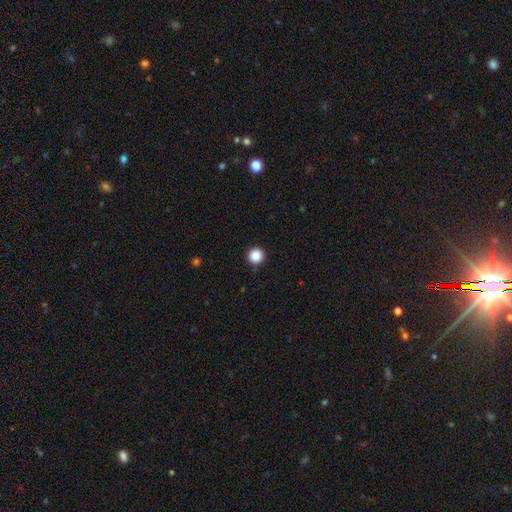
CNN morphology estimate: type=smooth (87%); roundness=round (96%); merging=none (93%).